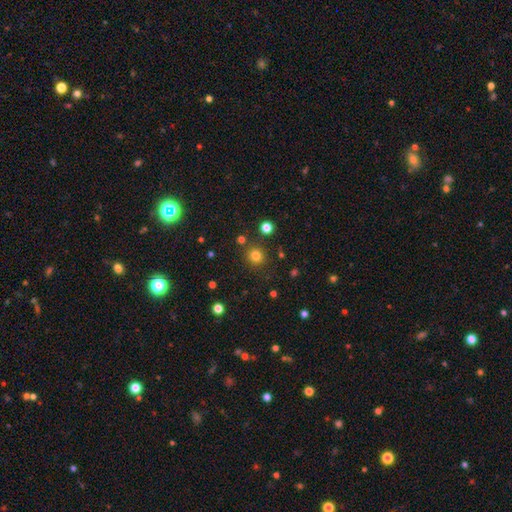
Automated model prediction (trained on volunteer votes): This appears to be a smooth galaxy with no disk features (78%) that is round (93%). Merging: none (87%).